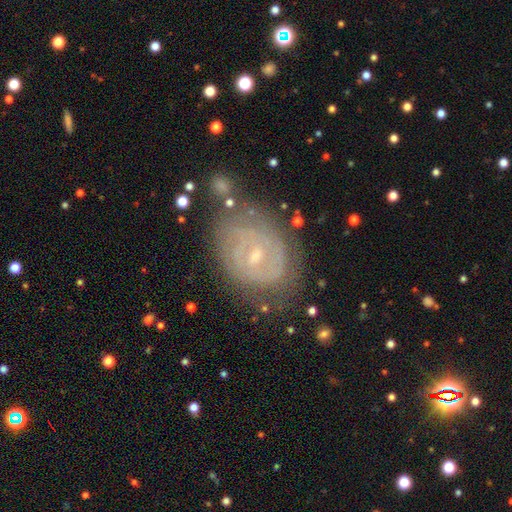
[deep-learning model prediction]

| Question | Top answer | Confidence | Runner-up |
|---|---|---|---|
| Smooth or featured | featured or disk | 76% | smooth (15%) |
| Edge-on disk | no | 96% | yes (4%) |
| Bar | weak | 51% | no (34%) |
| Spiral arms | yes | 83% | no (17%) |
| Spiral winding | tight | 69% | medium (24%) |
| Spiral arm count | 2 | 41% | can't tell (39%) |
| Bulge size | small | 61% | moderate (33%) |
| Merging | none | 68% | minor disturbance (20%) |